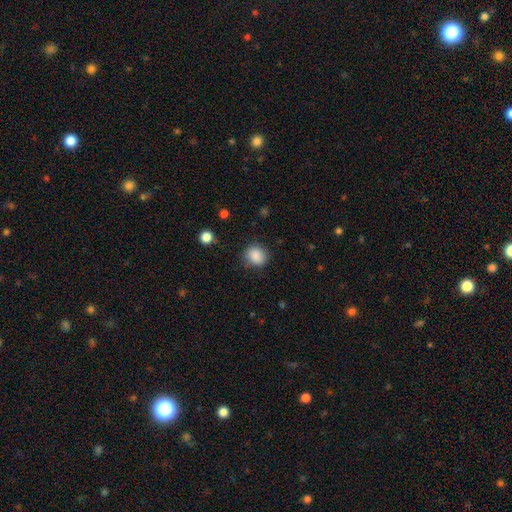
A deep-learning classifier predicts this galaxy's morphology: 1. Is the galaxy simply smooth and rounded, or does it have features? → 87% smooth, 9% star or artifact, 4% featured or disk.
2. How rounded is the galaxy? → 80% round, 20% in between, 1% cigar-shaped.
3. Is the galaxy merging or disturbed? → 83% none, 12% minor disturbance, 3% major disturbance, 1% merger.